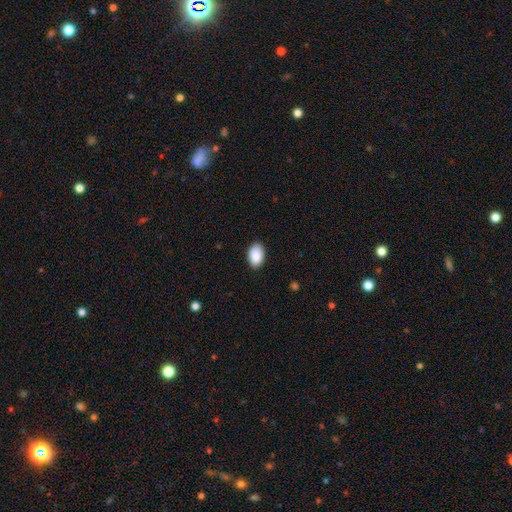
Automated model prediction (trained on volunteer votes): Q: Smooth or featured?
A: smooth (90%); runner-up: star or artifact (7%)
Q: How rounded?
A: in between (91%); runner-up: round (8%)
Q: Merging?
A: none (87%); runner-up: minor disturbance (10%)